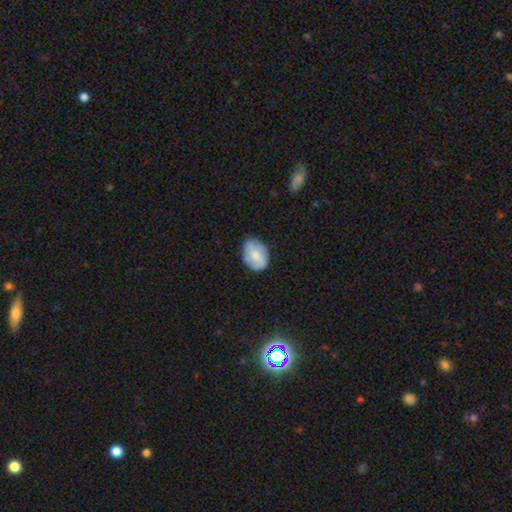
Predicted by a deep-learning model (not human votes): smooth-or-featured: smooth: 68% | featured or disk: 25% | star or artifact: 7%
  how-rounded: in between: 75% | round: 24% | cigar-shaped: 1%
  merging: none: 72% | minor disturbance: 21% | major disturbance: 5% | merger: 1%